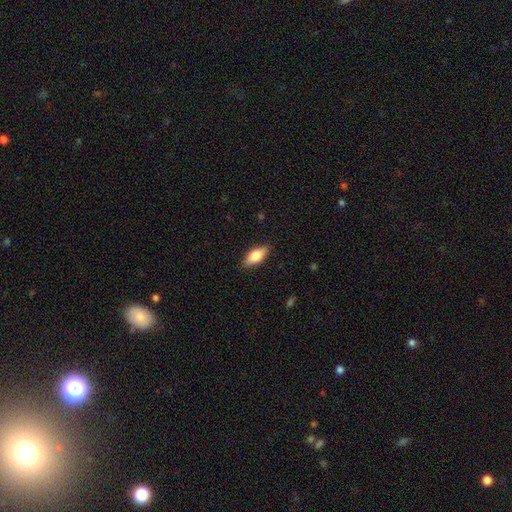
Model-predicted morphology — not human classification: smooth-or-featured: smooth: 75% | featured or disk: 18% | star or artifact: 7%
  how-rounded: in between: 85% | cigar-shaped: 12% | round: 3%
  merging: none: 86% | minor disturbance: 11% | major disturbance: 2% | merger: 1%